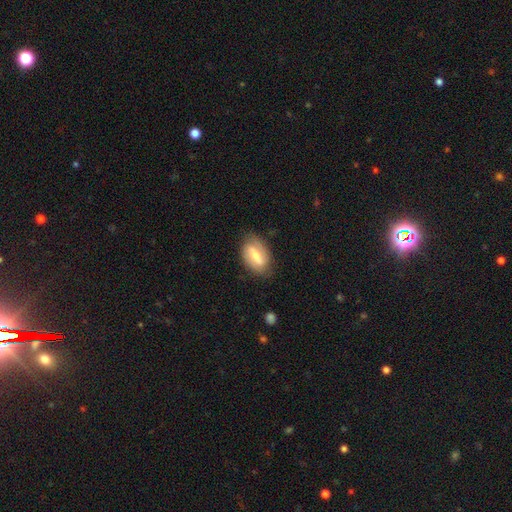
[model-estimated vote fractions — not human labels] Smooth or featured: featured or disk — 56% (smooth — 38%)
Edge-on disk: no — 92% (yes — 8%)
Bar: strong — 50% (weak — 36%)
Spiral arms: yes — 73% (no — 27%)
Bulge size: moderate — 50% (small — 39%)
Merging: none — 76% (minor disturbance — 18%)